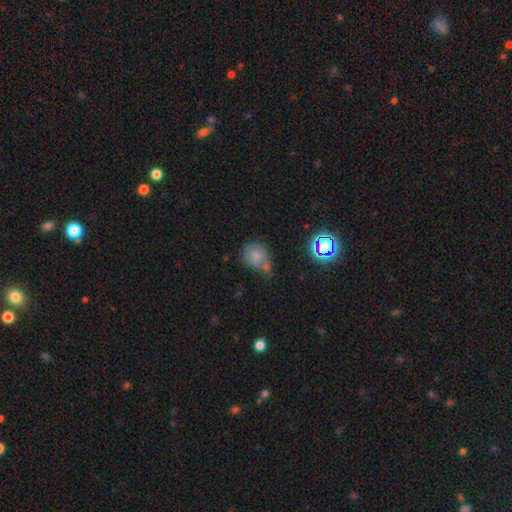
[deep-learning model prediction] A smooth galaxy with no disk features (72%) that is round (68%). Merging: none (41%).